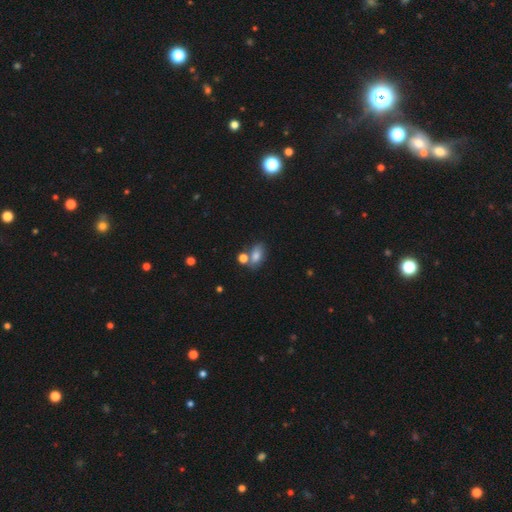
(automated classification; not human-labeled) Overall: smooth (77%). How rounded: in between (83%). Merging: none (55%; merger 25%).